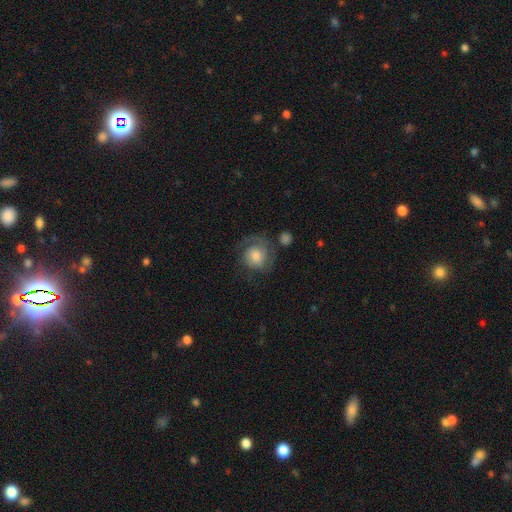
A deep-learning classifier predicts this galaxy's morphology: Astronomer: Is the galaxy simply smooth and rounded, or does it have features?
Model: featured or disk — 62%.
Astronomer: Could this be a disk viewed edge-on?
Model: no — 98%.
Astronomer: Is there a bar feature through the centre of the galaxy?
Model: no — 73%.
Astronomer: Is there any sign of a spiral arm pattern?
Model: yes — 90%.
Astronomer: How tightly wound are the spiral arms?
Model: tight — 50% (runner-up: medium, 36%).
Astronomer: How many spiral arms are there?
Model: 2 — 42% (runner-up: 1, 31%).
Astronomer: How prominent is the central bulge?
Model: moderate — 45% (runner-up: large, 25%).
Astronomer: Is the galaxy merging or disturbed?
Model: none — 60%.